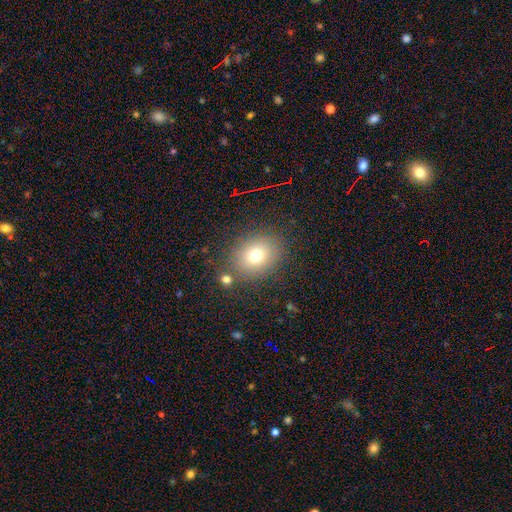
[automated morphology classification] Smooth or featured? Predicted: smooth (p=0.74). How rounded? Predicted: round (p=0.57). Merging? Predicted: none (p=0.82).